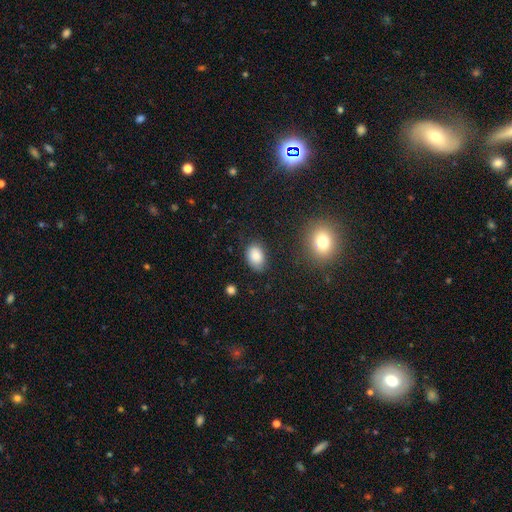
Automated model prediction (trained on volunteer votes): Smooth or featured? smooth (85%)
How rounded? in between (84%)
Merging? none (77%)